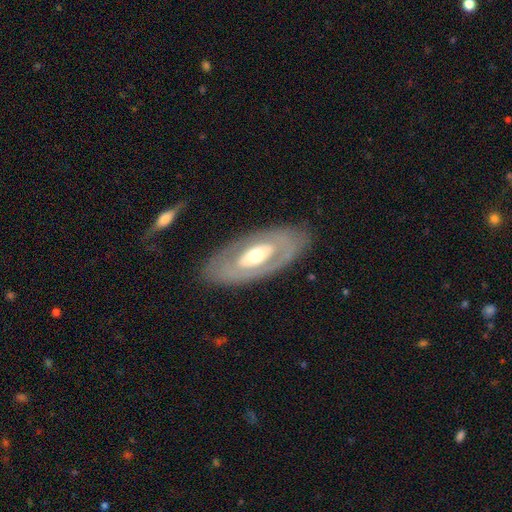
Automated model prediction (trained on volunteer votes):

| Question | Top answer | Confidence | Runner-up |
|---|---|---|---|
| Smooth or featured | featured or disk | 64% | smooth (31%) |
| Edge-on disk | no | 85% | yes (15%) |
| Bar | no | 79% | weak (13%) |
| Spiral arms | no | 83% | yes (17%) |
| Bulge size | moderate | 64% | small (19%) |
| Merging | none | 82% | minor disturbance (11%) |